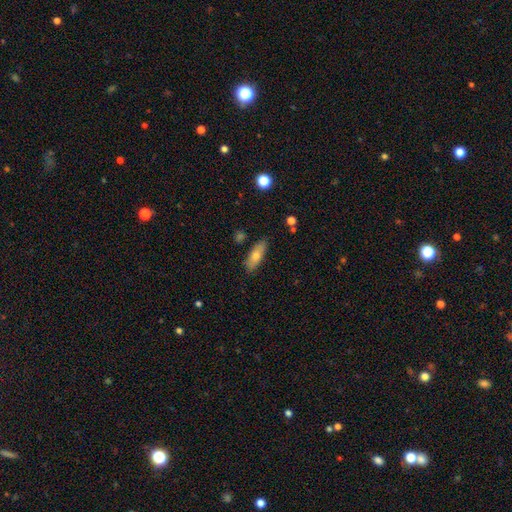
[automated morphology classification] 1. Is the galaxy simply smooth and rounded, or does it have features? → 69% smooth, 24% featured or disk, 7% star or artifact.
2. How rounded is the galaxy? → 55% in between, 42% cigar-shaped, 3% round.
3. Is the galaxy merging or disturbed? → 85% none, 11% minor disturbance, 2% major disturbance, 2% merger.